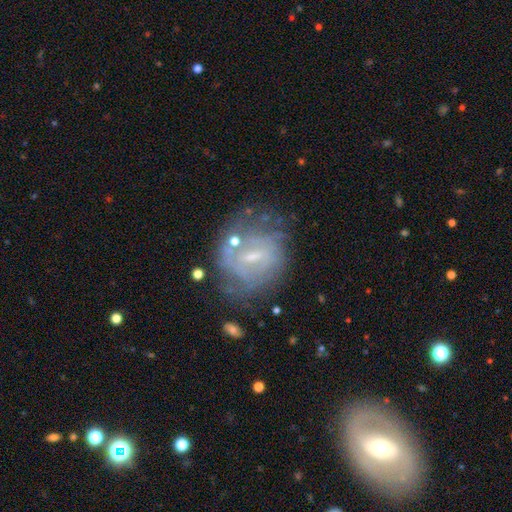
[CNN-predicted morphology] Smooth or featured? Predicted: featured or disk (p=0.68). Edge-on disk? Predicted: no (p=0.96). Bar? Predicted: weak (p=0.52). Spiral arms? Predicted: yes (p=0.66). Bulge size? Predicted: small (p=0.62). Merging? Predicted: none (p=0.59).